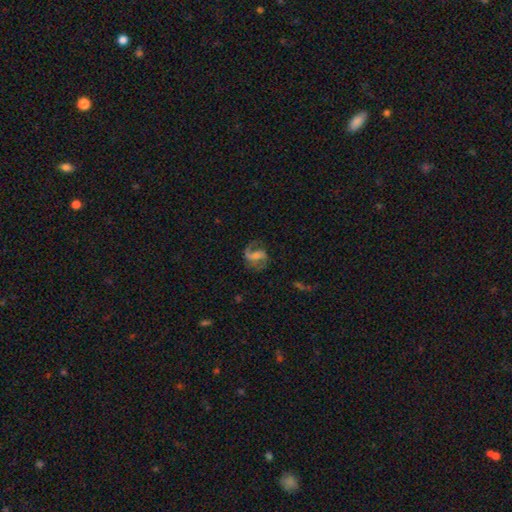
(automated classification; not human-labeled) This is likely a featured or disk galaxy (75%). It is clearly not viewed edge-on (97%). Bar: marginally weak (44%). Spiral arm pattern: clearly yes (91%). Spiral arm count: likely 2 (69%). Spiral winding: possibly medium (45%). Central bulge: marginally small (33%). Merging: possibly none (57%).